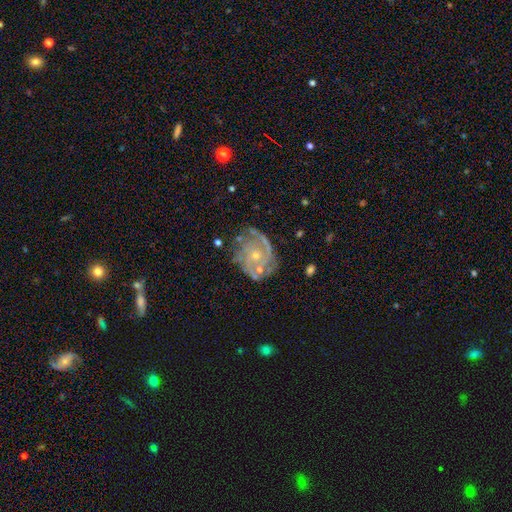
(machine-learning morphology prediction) This appears to be a featured or disk galaxy (86%) with no bar (77%), 2 (29%) tight (57%) spiral arms (93%) and a small central bulge (68%). Merging: none (63%).